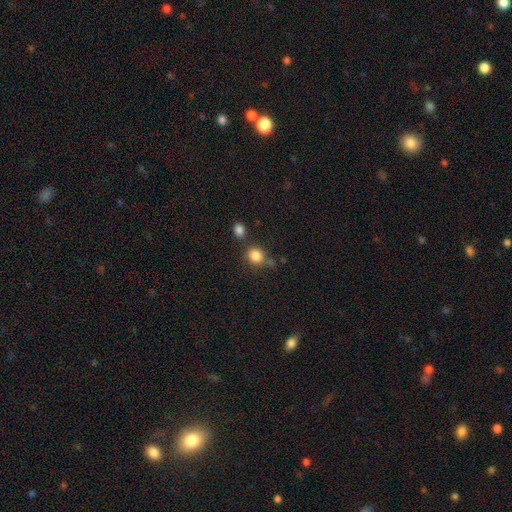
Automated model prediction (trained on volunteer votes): A smooth galaxy with no disk features (84%) that is round (82%).

Vote fractions:
- Smooth or featured? smooth: 84% / star or artifact: 11% / featured or disk: 5%
- How rounded? round: 82% / in between: 17% / cigar-shaped: 1%
- Merging? none: 68% / merger: 15% / minor disturbance: 12% / major disturbance: 5%